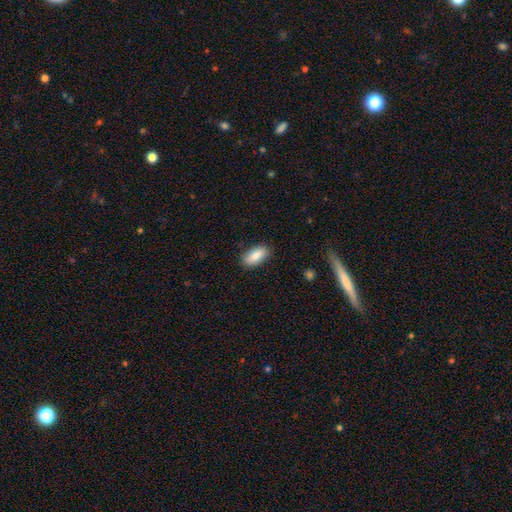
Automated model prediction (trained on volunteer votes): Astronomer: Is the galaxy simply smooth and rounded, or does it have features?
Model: smooth — 82%.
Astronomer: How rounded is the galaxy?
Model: in between — 89%.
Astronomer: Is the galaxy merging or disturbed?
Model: none — 85%.